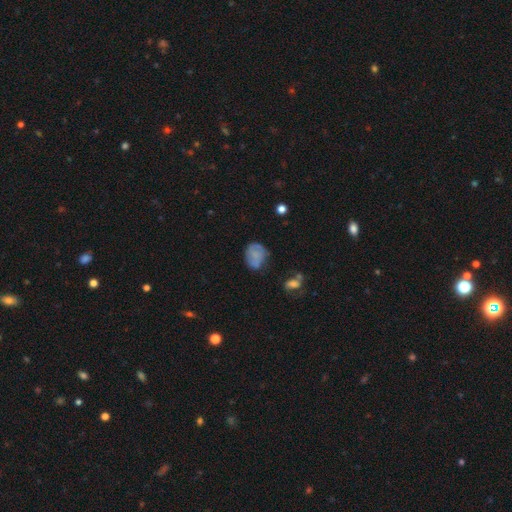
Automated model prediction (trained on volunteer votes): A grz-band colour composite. It shows a smooth galaxy with no disk features (59%) that is in between round and cigar-shaped (58%). Merging: none (56%).